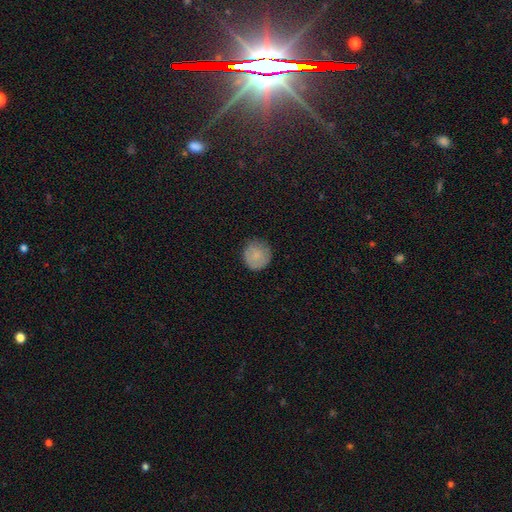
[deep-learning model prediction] Smooth or featured? Predicted: smooth (p=0.79). How rounded? Predicted: round (p=0.91). Merging? Predicted: none (p=0.80).